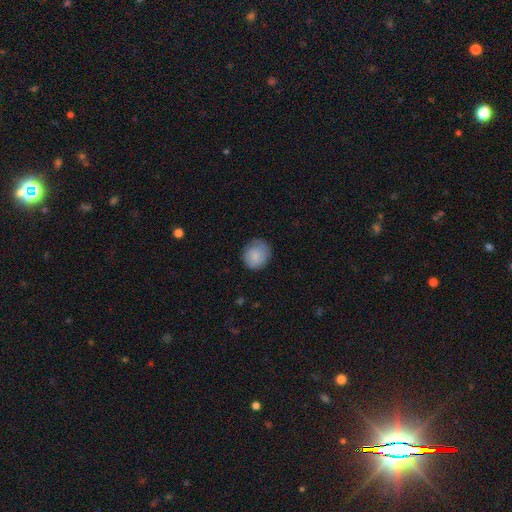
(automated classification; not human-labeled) This is clearly a smooth galaxy (81%). How rounded: clearly round (84%). Merging: likely none (72%).